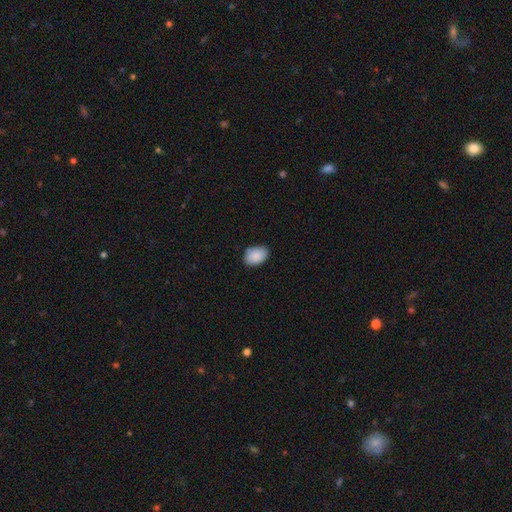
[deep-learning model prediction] The model was most divided on "merging": none: 81%, minor disturbance: 16%, major disturbance: 2%, merger: 1%. More confident: smooth or featured — smooth (90%); how rounded — in between (84%).